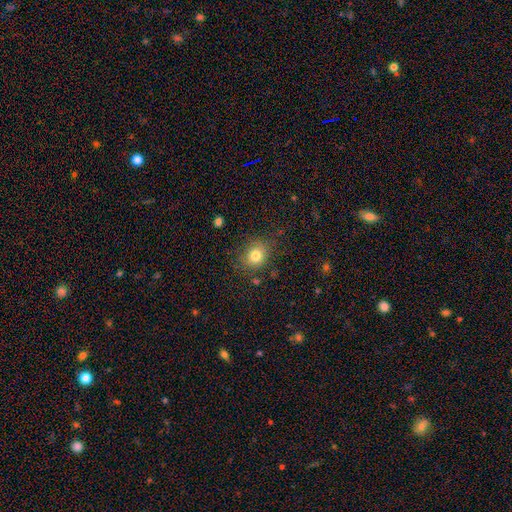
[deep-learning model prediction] smooth-or-featured: smooth: 80% | star or artifact: 12% | featured or disk: 8%
  how-rounded: round: 65% | in between: 34% | cigar-shaped: 1%
  merging: none: 79% | minor disturbance: 14% | major disturbance: 5% | merger: 2%